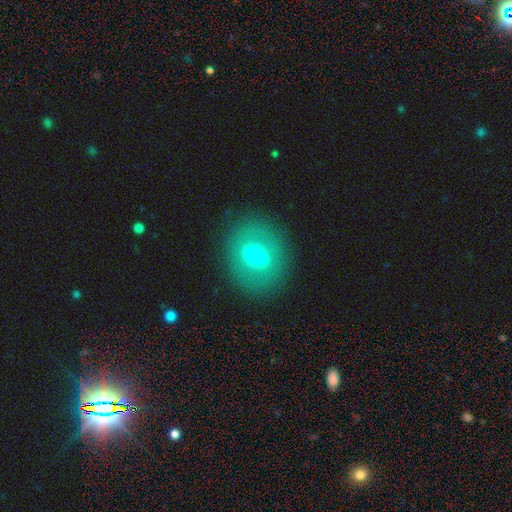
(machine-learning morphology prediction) A smooth galaxy with no disk features (59%) that is round (61%). Merging: none (86%).